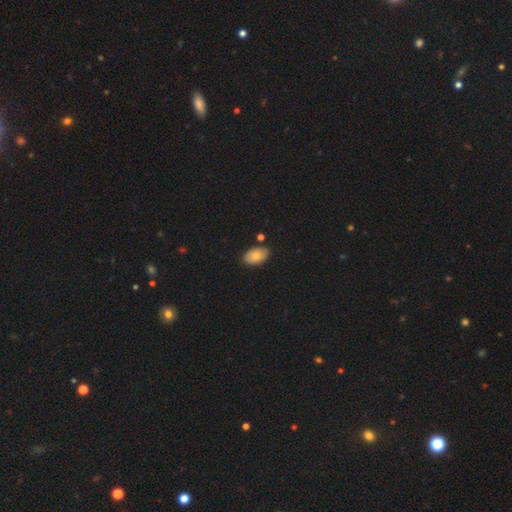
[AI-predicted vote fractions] smooth 80%, featured or disk 13%, star or artifact 8%. Down the decision tree: how rounded — in between (92%); merging — none (83%).